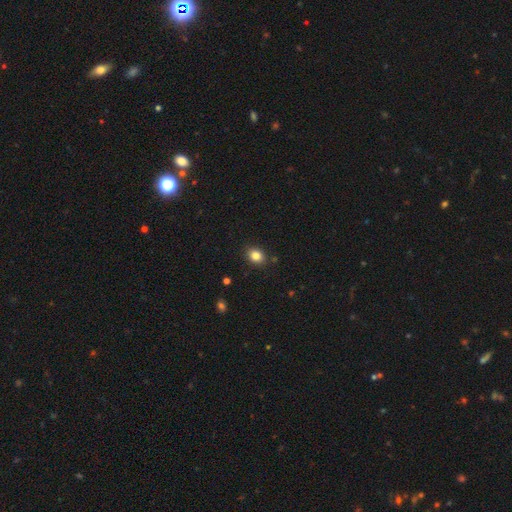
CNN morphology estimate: Smooth or featured? smooth (83%)
How rounded? in between (50%)
Merging? none (87%)